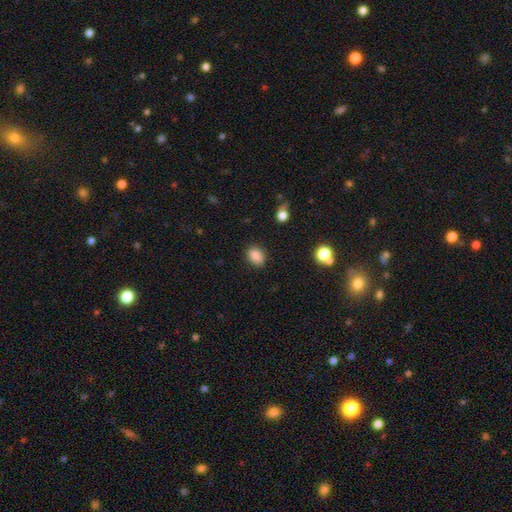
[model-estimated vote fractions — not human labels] The model was most divided on "how rounded": in between: 71%, round: 28%, cigar-shaped: 1%. More confident: smooth or featured — smooth (86%); merging — none (85%).